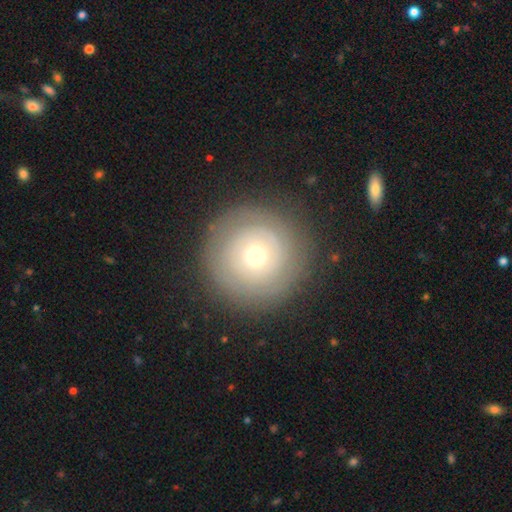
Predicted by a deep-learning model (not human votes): This is possibly a smooth galaxy (47%). Merging: clearly none (86%).